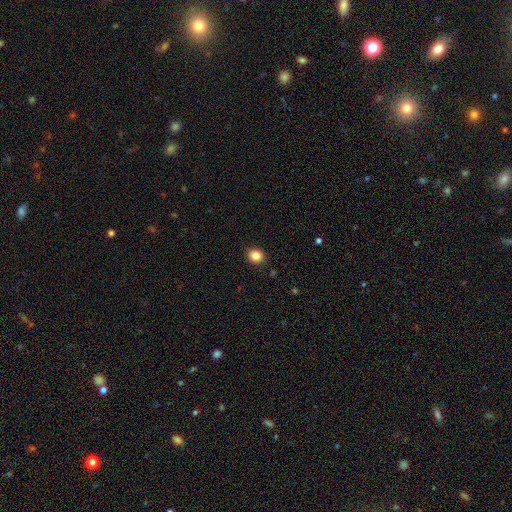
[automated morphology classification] The model was most divided on "how rounded": round: 74%, in between: 25%, cigar-shaped: 1%. More confident: merging — none (89%); smooth or featured — smooth (85%).